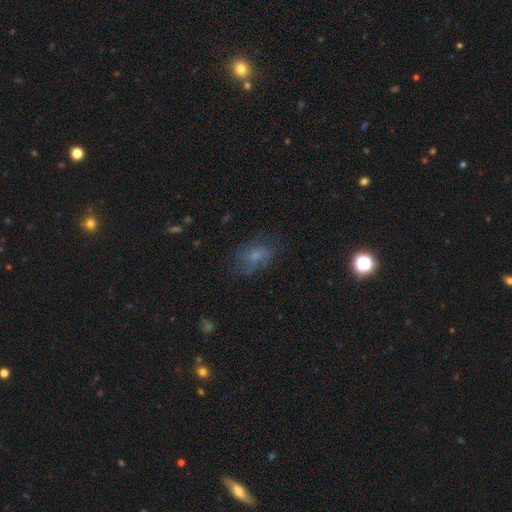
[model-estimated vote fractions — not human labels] smooth 54%, featured or disk 32%, star or artifact 14%. Down the decision tree: how rounded — in between (74%); merging — none (56%).